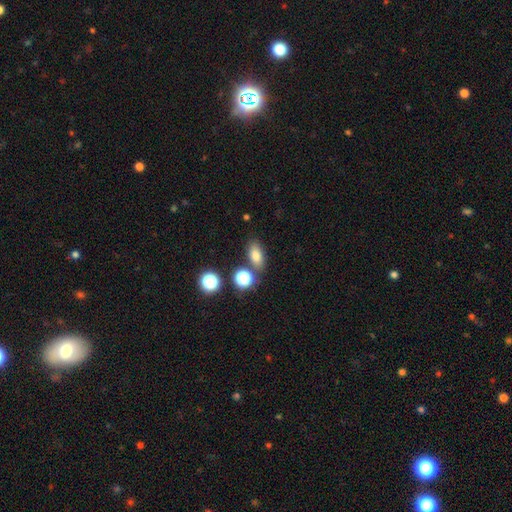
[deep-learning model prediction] Smooth or featured: smooth — 78% (star or artifact — 13%)
How rounded: in between — 81% (round — 14%)
Merging: none — 73% (merger — 12%)